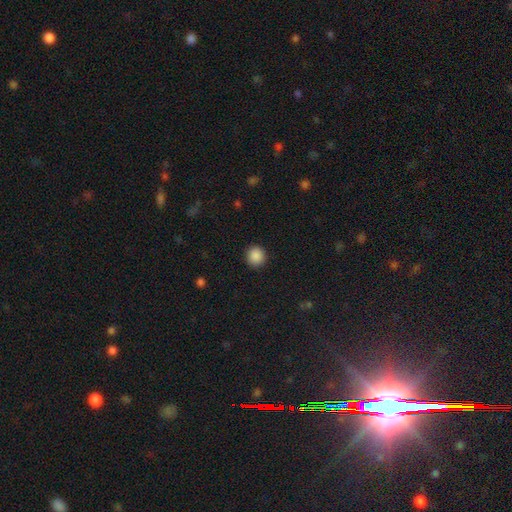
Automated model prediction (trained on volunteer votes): Smooth or featured: smooth — 89% (star or artifact — 9%)
How rounded: round — 92% (in between — 7%)
Merging: none — 92% (minor disturbance — 5%)